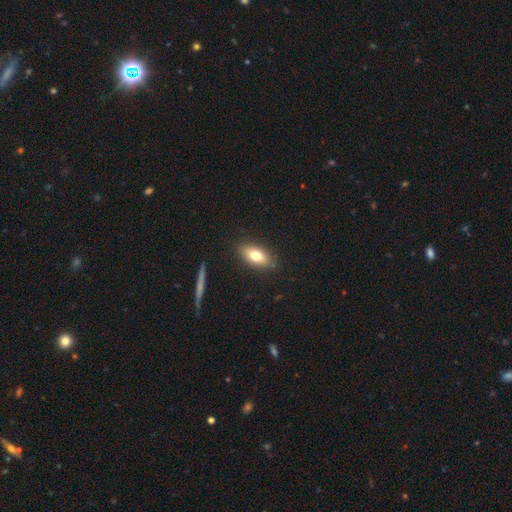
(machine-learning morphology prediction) Smooth or featured: smooth — 74% (featured or disk — 19%)
How rounded: in between — 84% (cigar-shaped — 10%)
Merging: none — 86% (minor disturbance — 10%)